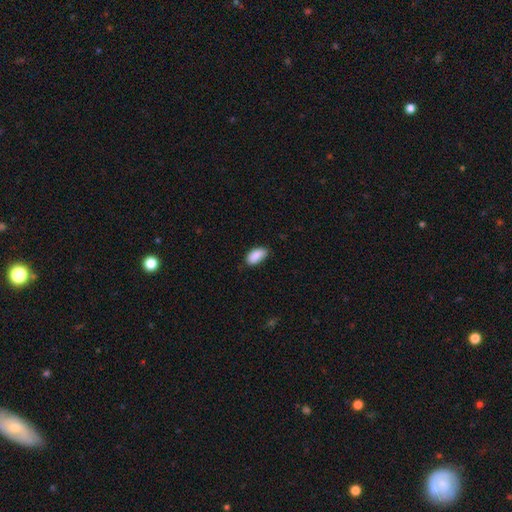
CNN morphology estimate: Q: Smooth or featured?
A: smooth (89%); runner-up: star or artifact (7%)
Q: How rounded?
A: in between (94%); runner-up: cigar-shaped (3%)
Q: Merging?
A: none (75%); runner-up: minor disturbance (21%)